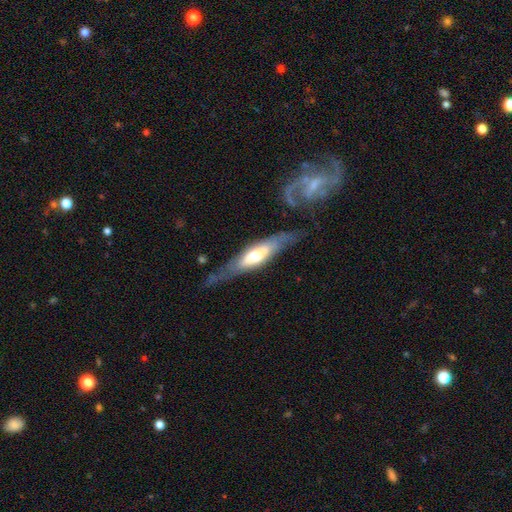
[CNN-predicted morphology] A featured or disk galaxy (59%) viewed edge-on (71%).

Vote fractions:
- Smooth or featured? featured or disk: 59% / smooth: 36% / star or artifact: 5%
- Edge-on disk? yes: 71% / no: 29%
- Merging? none: 61% / minor disturbance: 21% / major disturbance: 14% / merger: 4%